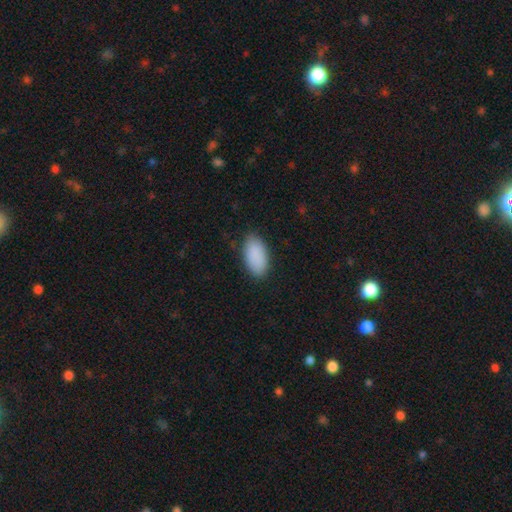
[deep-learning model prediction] smooth_or_featured: smooth (p=0.90) [alt: star or artifact p=0.06]
how_rounded: in between (p=0.94) [alt: cigar-shaped p=0.03]
merging: none (p=0.85) [alt: minor disturbance p=0.12]